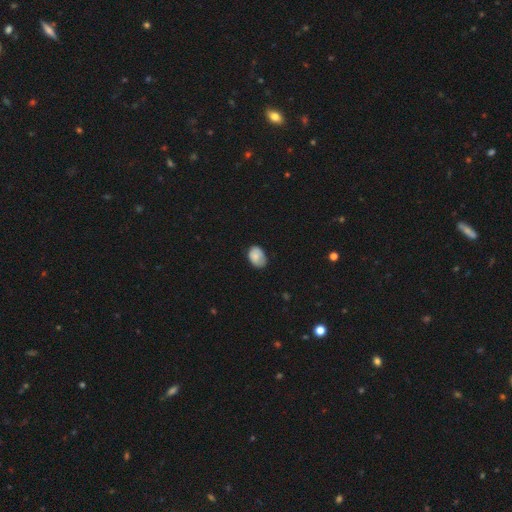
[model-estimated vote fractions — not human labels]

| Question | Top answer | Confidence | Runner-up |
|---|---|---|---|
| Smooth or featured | smooth | 80% | featured or disk (12%) |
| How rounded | in between | 78% | round (21%) |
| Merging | none | 64% | minor disturbance (28%) |